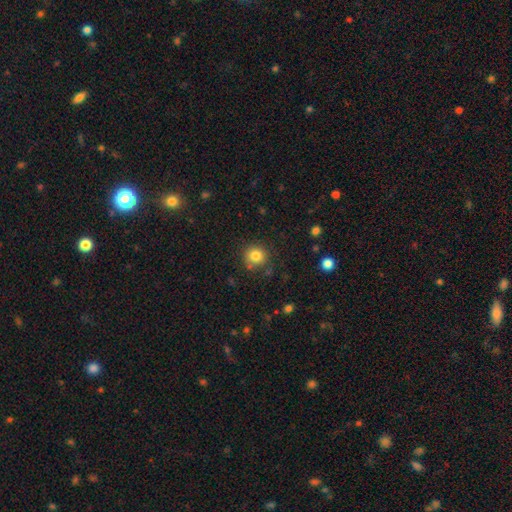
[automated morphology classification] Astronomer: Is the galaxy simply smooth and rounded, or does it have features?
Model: smooth — 82%.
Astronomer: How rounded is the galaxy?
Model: round — 91%.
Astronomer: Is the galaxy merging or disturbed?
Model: none — 82%.